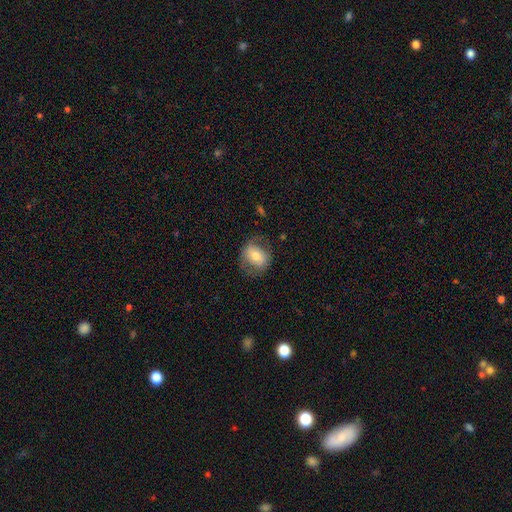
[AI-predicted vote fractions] smooth 60%, featured or disk 32%, star or artifact 8%. Down the decision tree: how rounded — in between (52%); merging — none (67%).